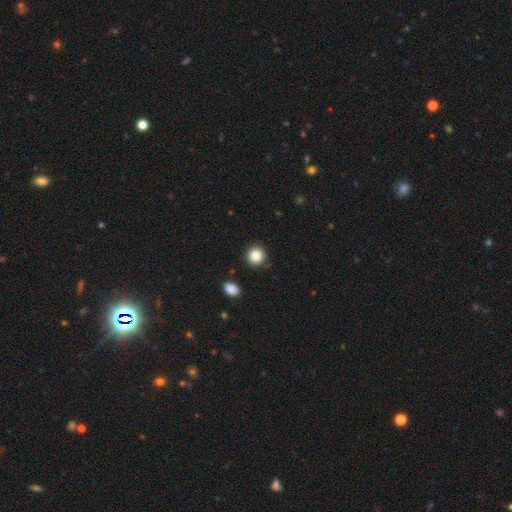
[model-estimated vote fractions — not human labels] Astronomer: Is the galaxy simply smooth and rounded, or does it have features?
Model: smooth — 86%.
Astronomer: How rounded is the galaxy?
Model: round — 91%.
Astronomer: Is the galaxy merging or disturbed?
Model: none — 87%.